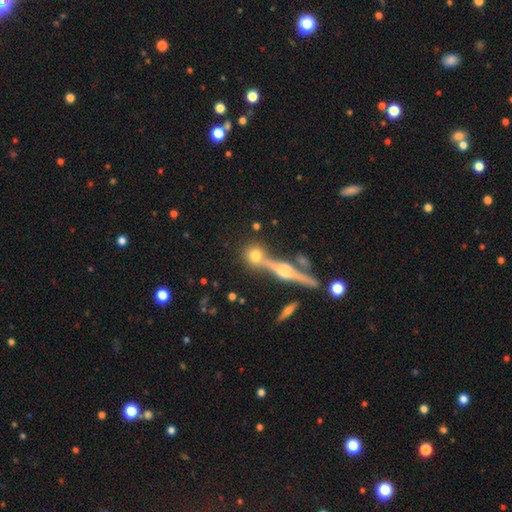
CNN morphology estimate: smooth_or_featured: smooth (p=0.60) [alt: featured or disk p=0.27]
how_rounded: round (p=0.83) [alt: in between p=0.11]
merging: none (p=0.62) [alt: merger p=0.25]